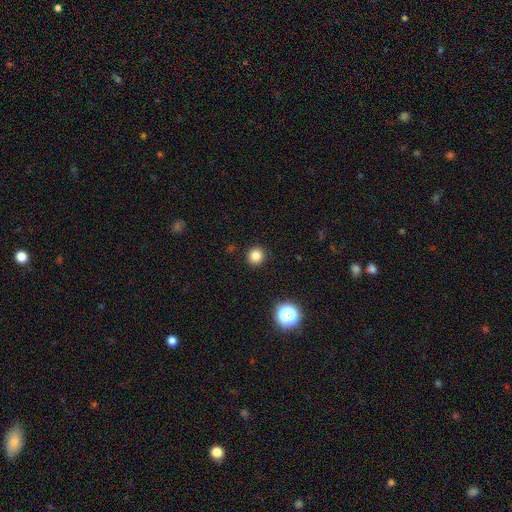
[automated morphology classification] This is clearly a smooth galaxy (82%). How rounded: clearly round (92%). Merging: clearly none (92%).